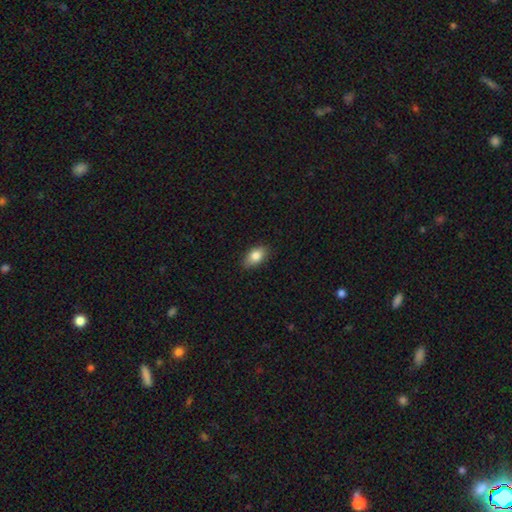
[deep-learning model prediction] smooth-or-featured: smooth: 83% | featured or disk: 10% | star or artifact: 8%
  how-rounded: in between: 89% | round: 8% | cigar-shaped: 3%
  merging: none: 86% | minor disturbance: 11% | major disturbance: 2% | merger: 1%